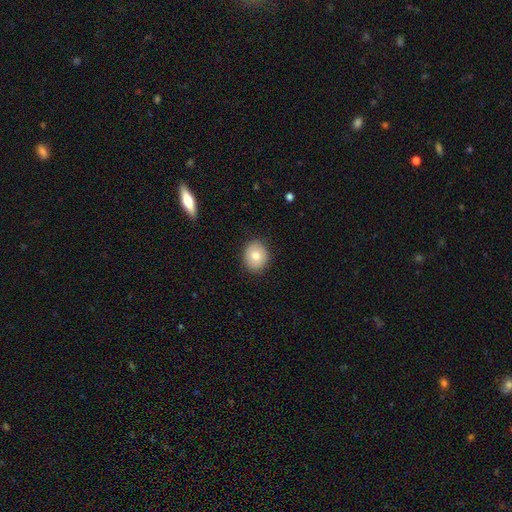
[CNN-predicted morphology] Smooth or featured? smooth (80%)
How rounded? round (68%)
Merging? none (88%)